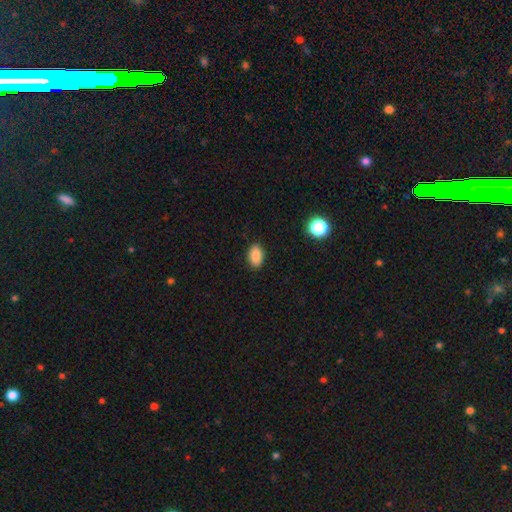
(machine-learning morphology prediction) smooth-or-featured: smooth: 87% | star or artifact: 9% | featured or disk: 4%
  how-rounded: in between: 92% | round: 7% | cigar-shaped: 2%
  merging: none: 89% | minor disturbance: 8% | major disturbance: 2% | merger: 1%